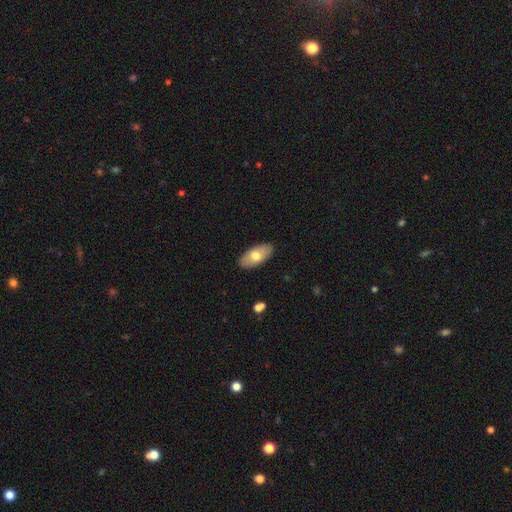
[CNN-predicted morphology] A smooth galaxy with no disk features (65%) that is in between round and cigar-shaped (91%). Merging: none (88%).